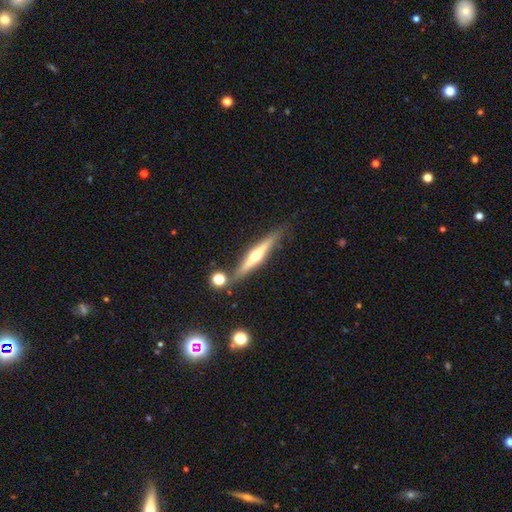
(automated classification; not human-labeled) Smooth or featured? Predicted: featured or disk (p=0.69). Edge-on disk? Predicted: yes (p=0.96). Edge-on bulge? Predicted: rounded (p=0.91). Merging? Predicted: none (p=0.78).